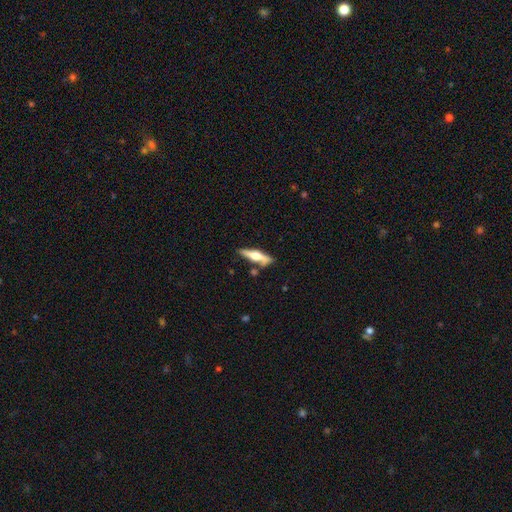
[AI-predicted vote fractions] This appears to be a featured or disk galaxy (57%) viewed edge-on (93%) with a rounded central bulge (93%). Merging: none (69%).